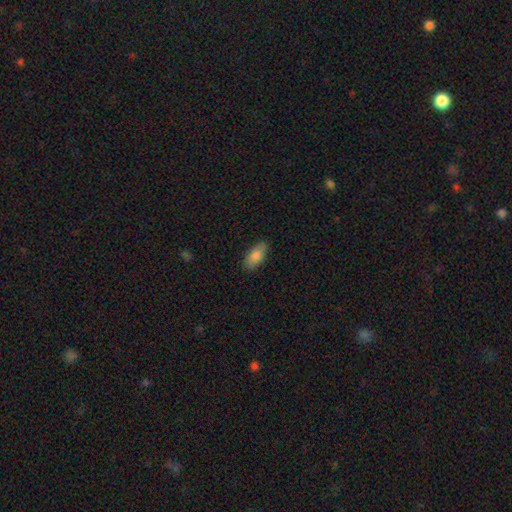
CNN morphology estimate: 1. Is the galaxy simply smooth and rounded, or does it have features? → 84% smooth, 9% featured or disk, 7% star or artifact.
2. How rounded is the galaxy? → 89% in between, 8% cigar-shaped, 3% round.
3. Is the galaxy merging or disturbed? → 84% none, 13% minor disturbance, 3% major disturbance, 1% merger.